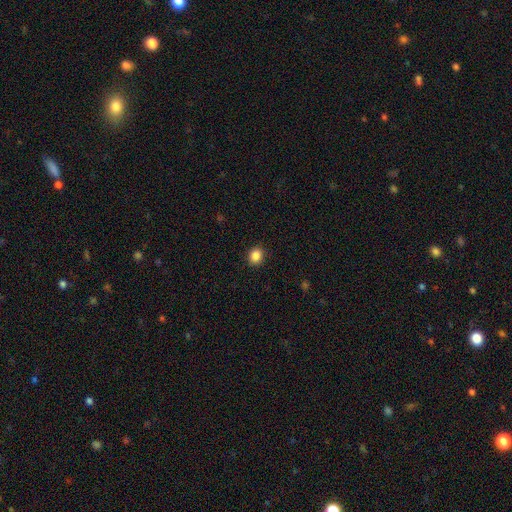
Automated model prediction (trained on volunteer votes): smooth-or-featured: smooth: 86% | star or artifact: 10% | featured or disk: 4%
  how-rounded: round: 71% | in between: 28% | cigar-shaped: 1%
  merging: none: 91% | minor disturbance: 6% | major disturbance: 2% | merger: 1%